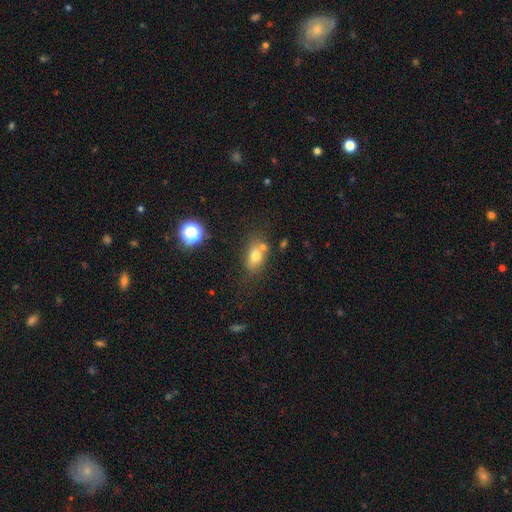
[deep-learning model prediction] Morphology: type=smooth (72%); roundness=in between (68%); merging=none (56%).